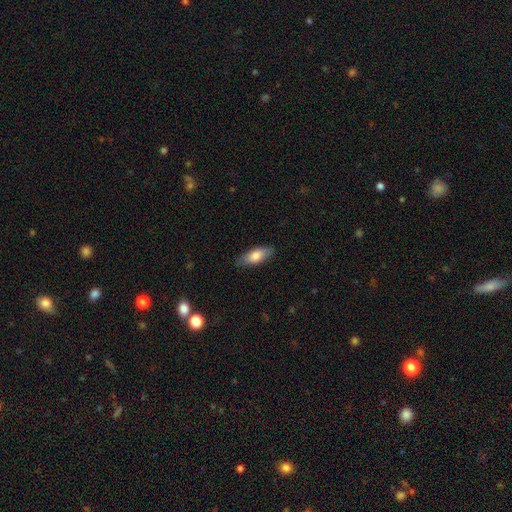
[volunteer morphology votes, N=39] Smooth or featured? smooth (56%)
How rounded? in between (59%)
Merging? none (89%)